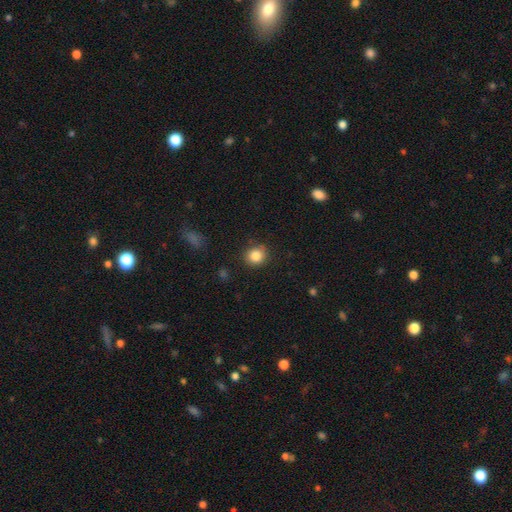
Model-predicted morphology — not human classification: A smooth galaxy with no disk features (85%) that is round (83%).

Vote fractions:
- Smooth or featured? smooth: 85% / star or artifact: 10% / featured or disk: 5%
- How rounded? round: 83% / in between: 16% / cigar-shaped: 1%
- Merging? none: 85% / minor disturbance: 11% / major disturbance: 3% / merger: 1%